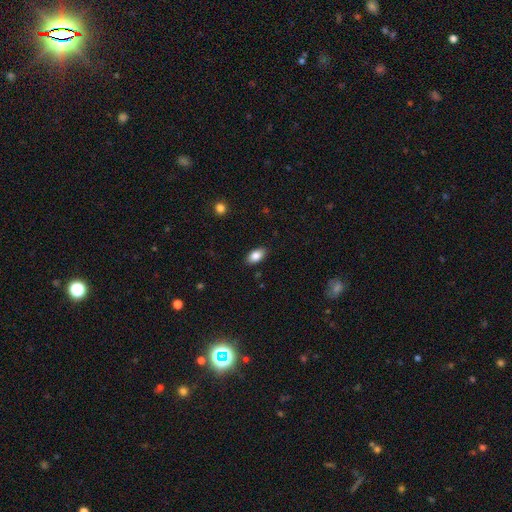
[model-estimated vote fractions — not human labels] Smooth or featured? Predicted: smooth (p=0.86). How rounded? Predicted: in between (p=0.92). Merging? Predicted: none (p=0.87).